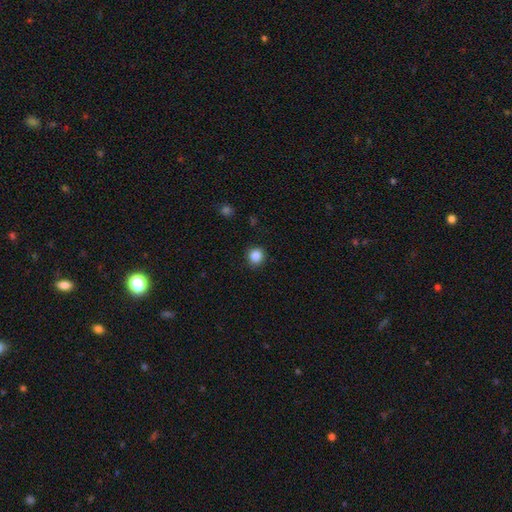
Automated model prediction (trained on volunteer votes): Smooth or featured? Predicted: smooth (p=0.86). How rounded? Predicted: round (p=0.91). Merging? Predicted: none (p=0.90).